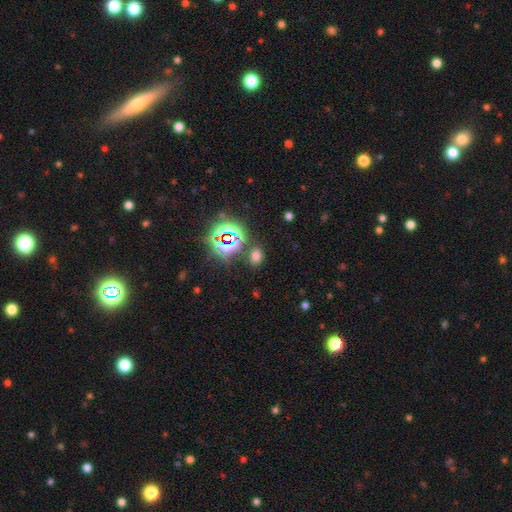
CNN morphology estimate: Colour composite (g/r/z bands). It shows a smooth galaxy with no disk features (59%) that is in between round and cigar-shaped (72%). Merging: none (81%).